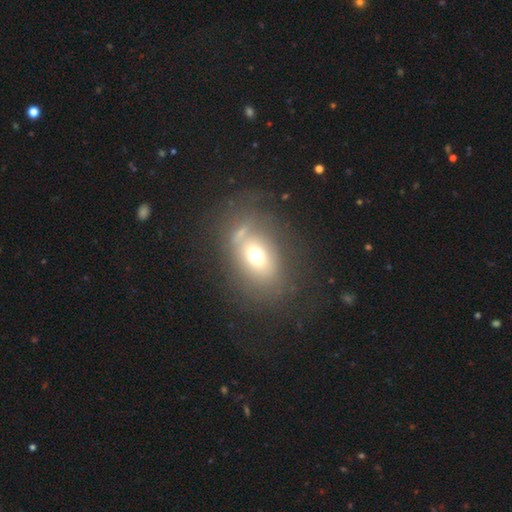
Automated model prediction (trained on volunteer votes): smooth-or-featured: smooth: 62% | featured or disk: 23% | star or artifact: 15%
  how-rounded: in between: 68% | round: 30% | cigar-shaped: 2%
  merging: none: 60% | minor disturbance: 18% | major disturbance: 13% | merger: 8%